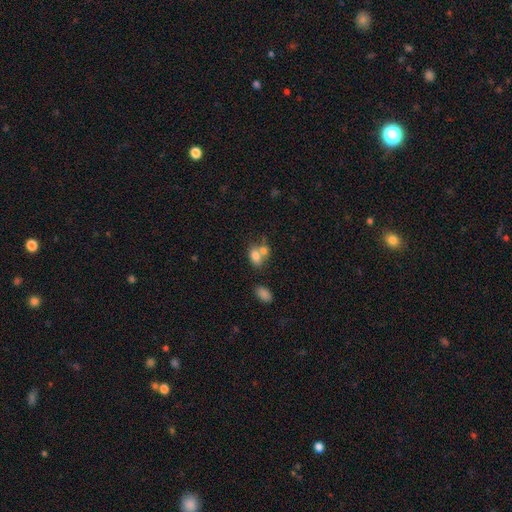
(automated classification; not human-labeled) A smooth galaxy with no disk features (77%) that is in between round and cigar-shaped (79%).

Vote fractions:
- Smooth or featured? smooth: 77% / featured or disk: 12% / star or artifact: 10%
- How rounded? in between: 79% / round: 19% / cigar-shaped: 2%
- Merging? merger: 51% / none: 33% / minor disturbance: 10% / major disturbance: 5%